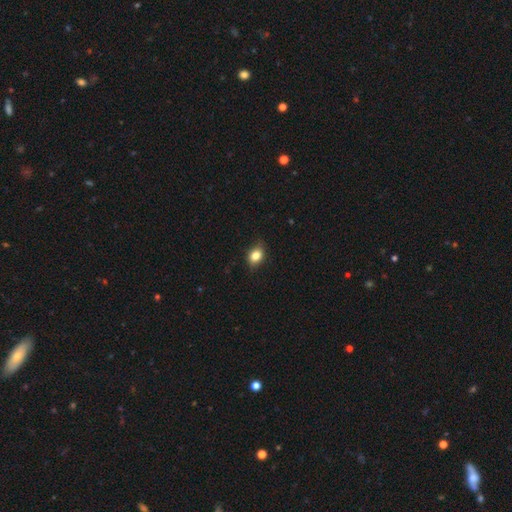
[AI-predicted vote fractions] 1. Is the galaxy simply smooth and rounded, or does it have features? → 82% smooth, 10% star or artifact, 9% featured or disk.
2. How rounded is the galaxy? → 67% in between, 31% round, 2% cigar-shaped.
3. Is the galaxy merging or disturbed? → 80% none, 16% minor disturbance, 3% major disturbance, 1% merger.